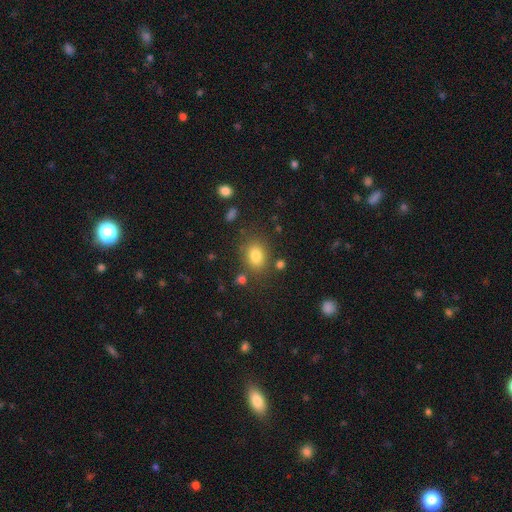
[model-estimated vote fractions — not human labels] smooth 80%, star or artifact 12%, featured or disk 8%. Down the decision tree: how rounded — in between (57%); merging — none (78%).